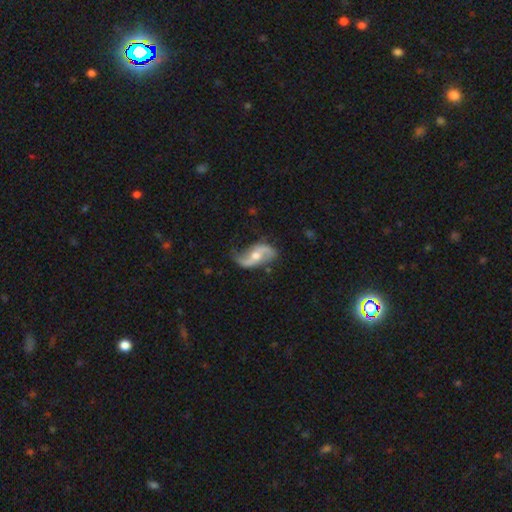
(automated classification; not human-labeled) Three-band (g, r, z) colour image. It shows a featured or disk galaxy (84%) with no bar (48%), 2 (92%) loose (78%) spiral arms (94%) and a moderate central bulge (66%). Merging: none (71%).